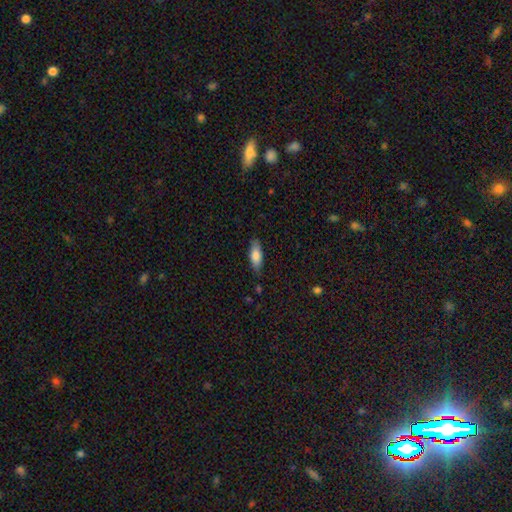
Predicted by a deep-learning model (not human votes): This is likely a smooth galaxy (79%). How rounded: likely in between (70%). Merging: clearly none (81%).